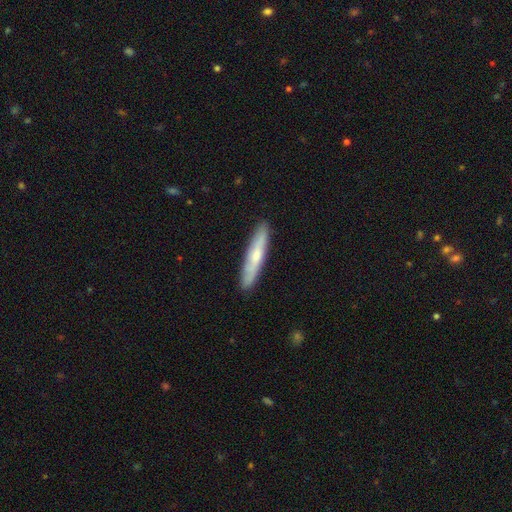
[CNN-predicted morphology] A smooth galaxy with no disk features (57%) that is cigar-shaped (89%).

Vote fractions:
- Smooth or featured? smooth: 57% / featured or disk: 37% / star or artifact: 6%
- How rounded? cigar-shaped: 89% / in between: 9% / round: 1%
- Merging? none: 88% / minor disturbance: 9% / major disturbance: 2% / merger: 1%